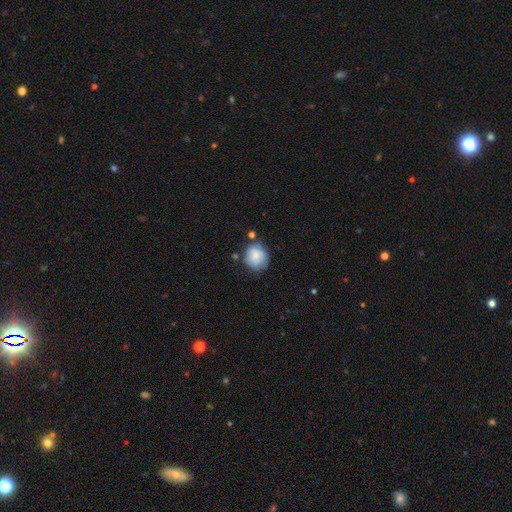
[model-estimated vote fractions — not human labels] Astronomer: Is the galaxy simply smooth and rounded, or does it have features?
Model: smooth — 72%.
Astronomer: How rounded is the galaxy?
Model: round — 81%.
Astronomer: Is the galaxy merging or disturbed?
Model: none — 63%.